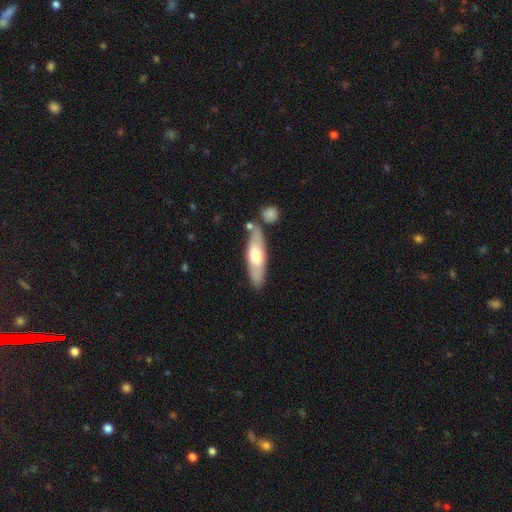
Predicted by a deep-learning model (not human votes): A smooth galaxy with no disk features (51%) that is cigar-shaped (58%).

Vote fractions:
- Smooth or featured? smooth: 51% / featured or disk: 44% / star or artifact: 5%
- How rounded? cigar-shaped: 58% / in between: 40% / round: 2%
- Merging? none: 74% / minor disturbance: 13% / merger: 9% / major disturbance: 3%